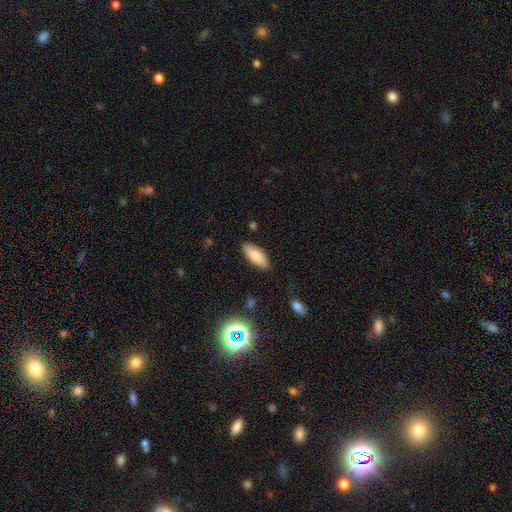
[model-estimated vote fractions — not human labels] Smooth or featured: smooth — 82% (featured or disk — 11%)
How rounded: in between — 79% (cigar-shaped — 19%)
Merging: none — 87% (minor disturbance — 10%)